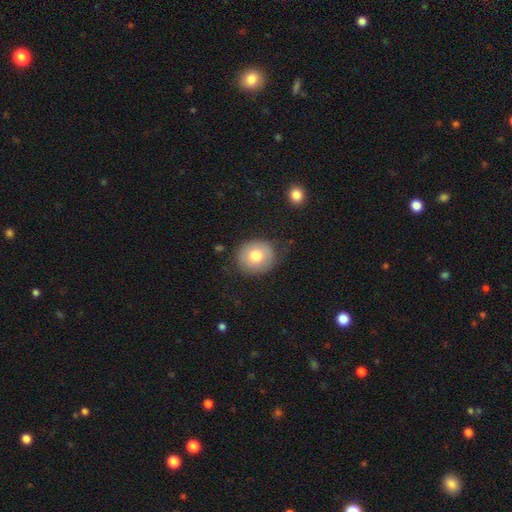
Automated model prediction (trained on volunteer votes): Q: Smooth or featured?
A: smooth (73%); runner-up: featured or disk (18%)
Q: How rounded?
A: round (84%); runner-up: in between (15%)
Q: Merging?
A: none (79%); runner-up: minor disturbance (15%)